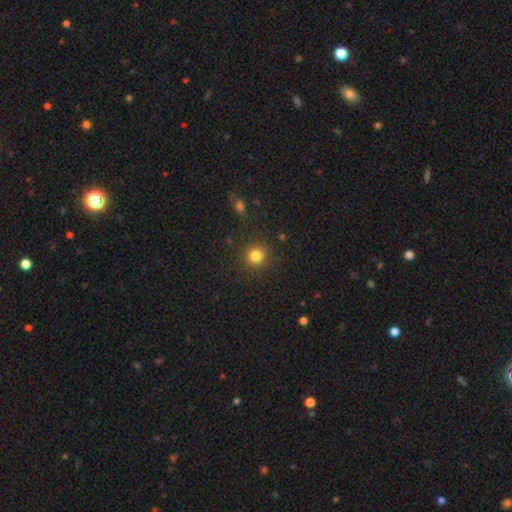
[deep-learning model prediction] A smooth galaxy with no disk features (81%) that is round (94%). Merging: none (88%).